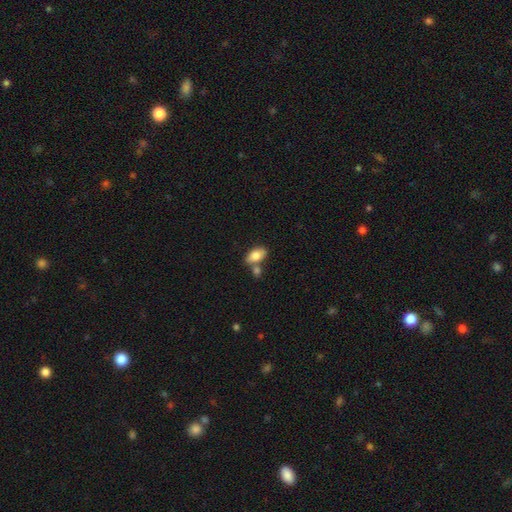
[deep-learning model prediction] A smooth galaxy with no disk features (80%) that is in between round and cigar-shaped (91%). Merging: none (58%).